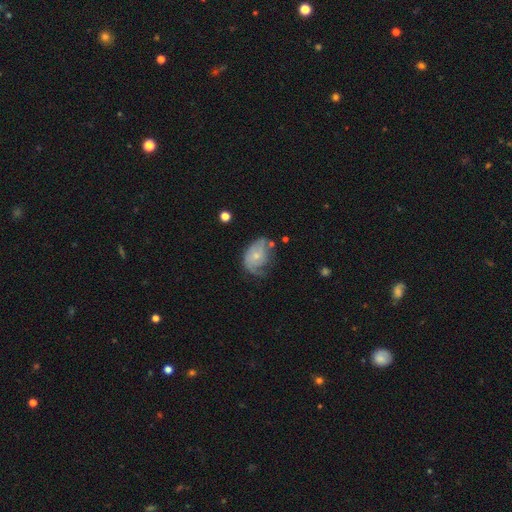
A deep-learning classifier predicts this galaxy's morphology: Smooth or featured?
  - featured or disk: 58% *
  - smooth: 35%
  - star or artifact: 7%
Edge-on disk?
  - no: 96% *
  - yes: 4%
Bar?
  - no: 79% *
  - weak: 18%
  - strong: 3%
Spiral arms?
  - yes: 75% *
  - no: 25%
Bulge size?
  - small: 69% *
  - moderate: 25%
  - none: 4%
  - large: 1%
  - dominant: 1%
Merging?
  - none: 36% *
  - minor disturbance: 32%
  - major disturbance: 28%
  - merger: 4%